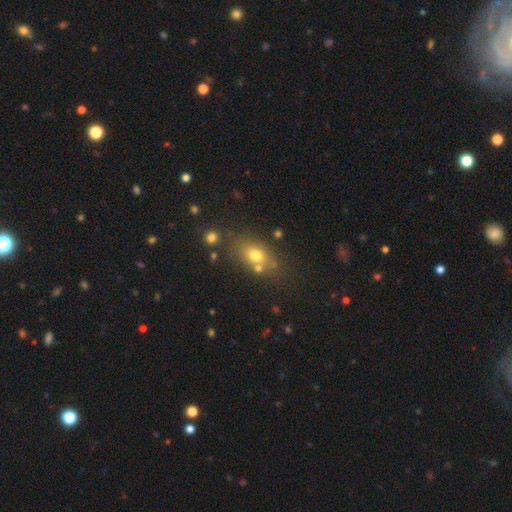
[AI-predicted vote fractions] This appears to be a smooth galaxy with no disk features (67%) that is in between round and cigar-shaped (67%). Merging: none (64%).